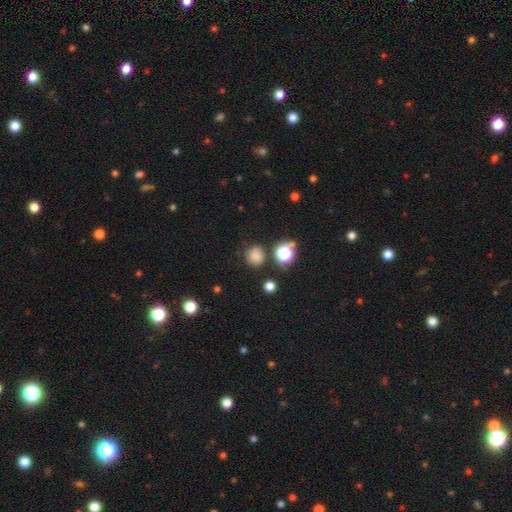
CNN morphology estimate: Smooth or featured?
  - smooth: 75% *
  - star or artifact: 19%
  - featured or disk: 6%
How rounded?
  - round: 85% *
  - in between: 14%
  - cigar-shaped: 1%
Merging?
  - none: 77% *
  - minor disturbance: 13%
  - merger: 5%
  - major disturbance: 4%